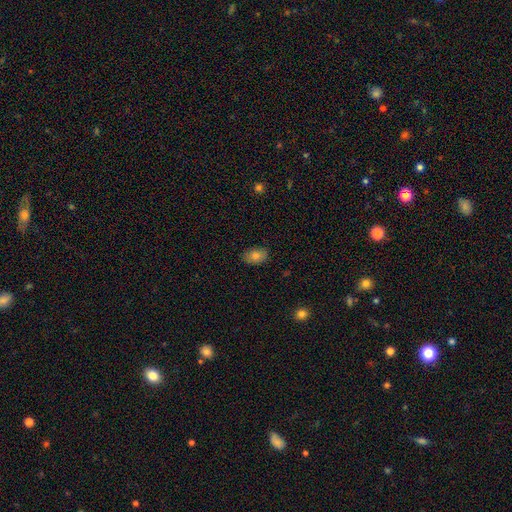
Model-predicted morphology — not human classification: Q: Smooth or featured?
A: smooth (80%); runner-up: featured or disk (12%)
Q: How rounded?
A: in between (85%); runner-up: round (14%)
Q: Merging?
A: none (83%); runner-up: minor disturbance (13%)